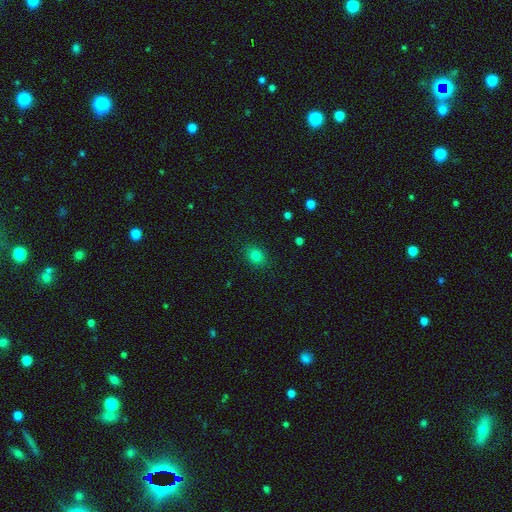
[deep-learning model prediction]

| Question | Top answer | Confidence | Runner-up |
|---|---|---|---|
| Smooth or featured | smooth | 81% | star or artifact (14%) |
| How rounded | round | 51% | in between (48%) |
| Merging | none | 87% | minor disturbance (9%) |